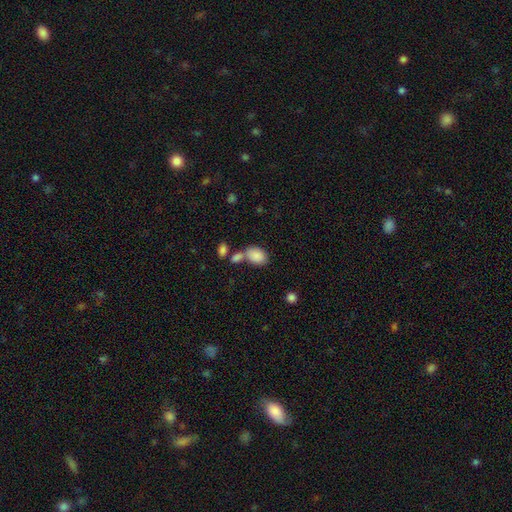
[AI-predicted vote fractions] smooth-or-featured: smooth: 87% | star or artifact: 8% | featured or disk: 6%
  how-rounded: in between: 85% | round: 13% | cigar-shaped: 1%
  merging: none: 47% | merger: 32% | minor disturbance: 14% | major disturbance: 6%